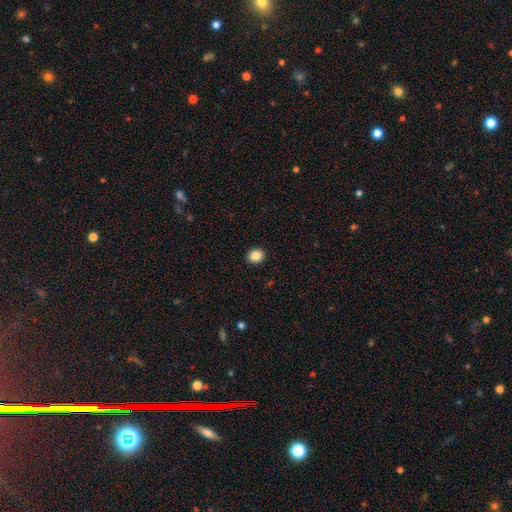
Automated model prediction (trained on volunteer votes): A smooth galaxy with no disk features (86%) that is round (78%). Merging: none (93%).